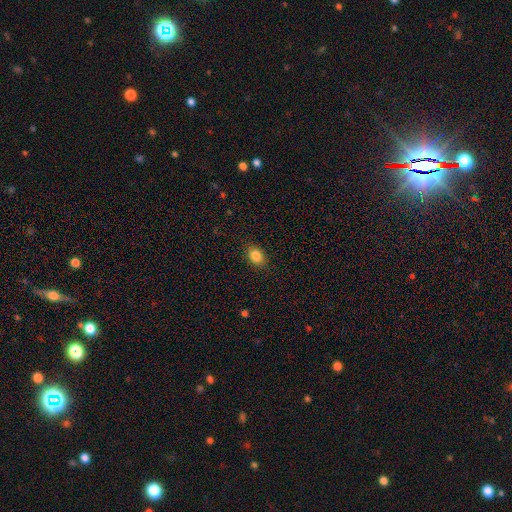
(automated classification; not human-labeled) smooth_or_featured: smooth (p=0.85) [alt: star or artifact p=0.09]
how_rounded: in between (p=0.82) [alt: round p=0.17]
merging: none (p=0.88) [alt: minor disturbance p=0.08]